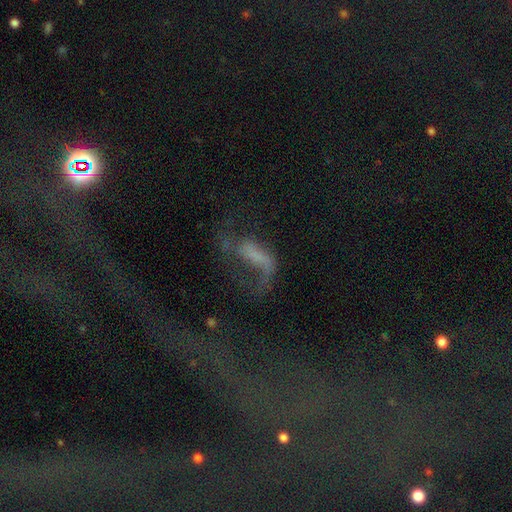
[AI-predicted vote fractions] The model was most divided on "spiral arms": yes: 60%, no: 40%. More confident: edge-on disk — no (93%); bulge size — none (63%); smooth or featured — featured or disk (57%); merging — major disturbance (53%); bar — no (50%).